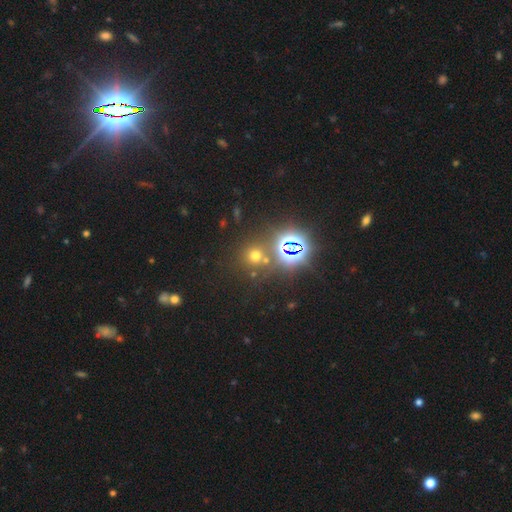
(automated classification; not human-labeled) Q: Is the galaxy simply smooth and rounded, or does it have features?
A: smooth — 49%.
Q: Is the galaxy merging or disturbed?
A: none — 73%.